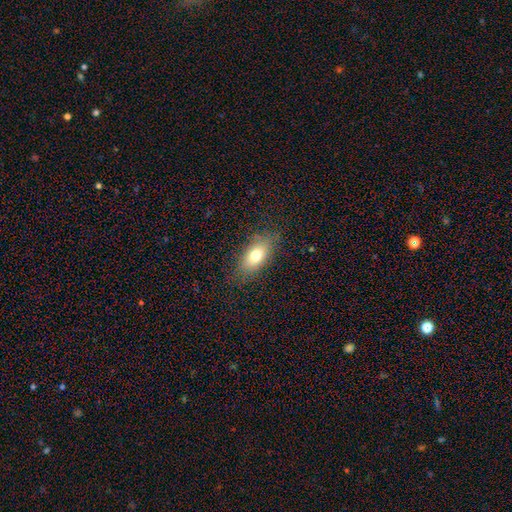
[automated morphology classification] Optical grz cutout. It shows a smooth galaxy with no disk features (73%) that is in between round and cigar-shaped (83%). Merging: none (82%).